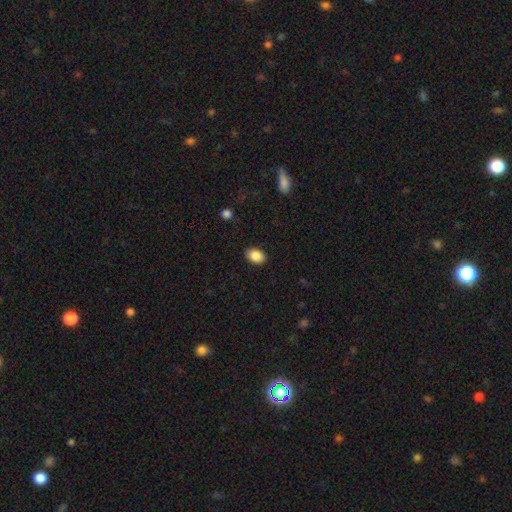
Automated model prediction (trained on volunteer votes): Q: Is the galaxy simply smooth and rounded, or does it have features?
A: smooth — 89%.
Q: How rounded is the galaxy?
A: in between — 82%.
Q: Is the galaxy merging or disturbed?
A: none — 89%.